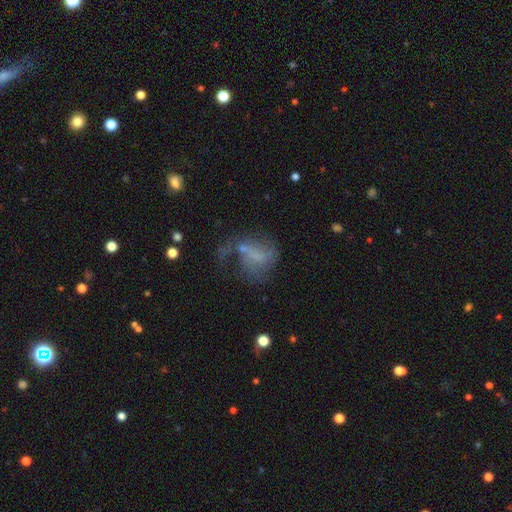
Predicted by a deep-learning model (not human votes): featured or disk 51%, smooth 34%, star or artifact 15%. Down the decision tree: edge-on disk — no (97%); merging — major disturbance (43%).